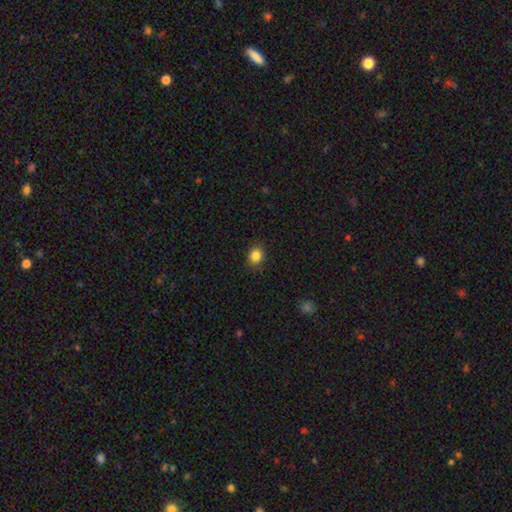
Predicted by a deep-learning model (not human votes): Smooth or featured?
  - smooth: 85% *
  - star or artifact: 11%
  - featured or disk: 4%
How rounded?
  - round: 66% *
  - in between: 33%
  - cigar-shaped: 1%
Merging?
  - none: 87% *
  - minor disturbance: 9%
  - major disturbance: 2%
  - merger: 1%